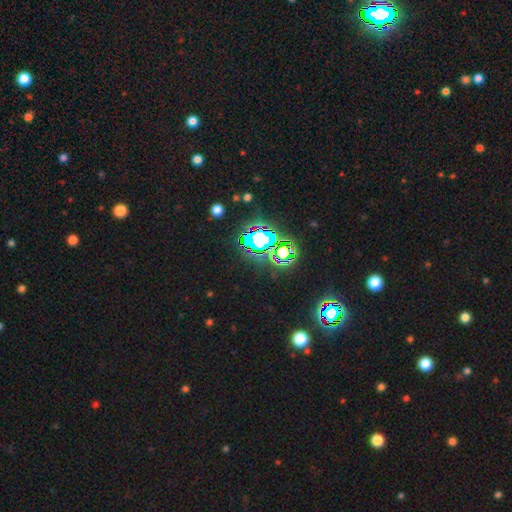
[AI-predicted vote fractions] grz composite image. It shows a star or artifact, not a galaxy (79%).